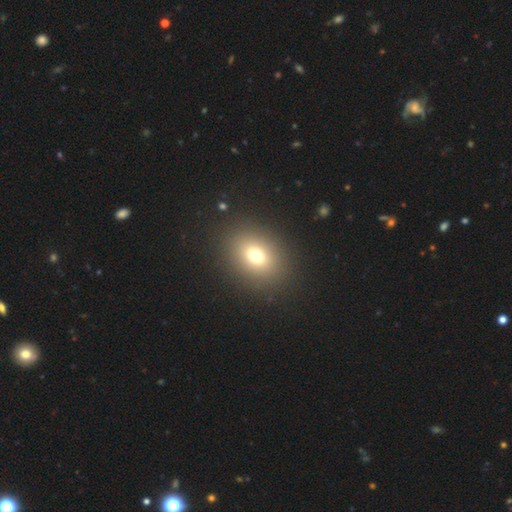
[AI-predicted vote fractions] This is likely a smooth galaxy (72%). How rounded: possibly in between (53%). Merging: clearly none (88%).